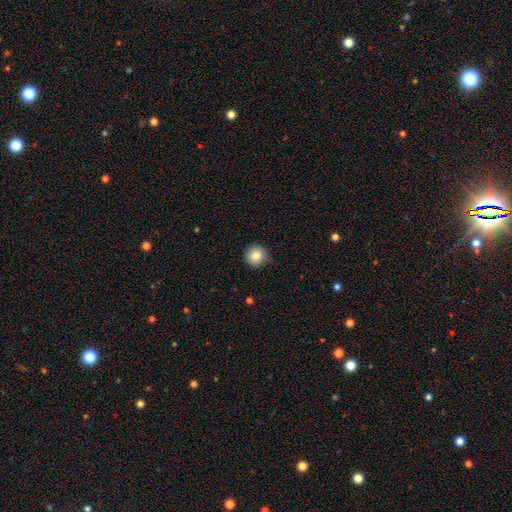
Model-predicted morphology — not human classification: A smooth galaxy with no disk features (85%) that is round (95%). Merging: none (89%).